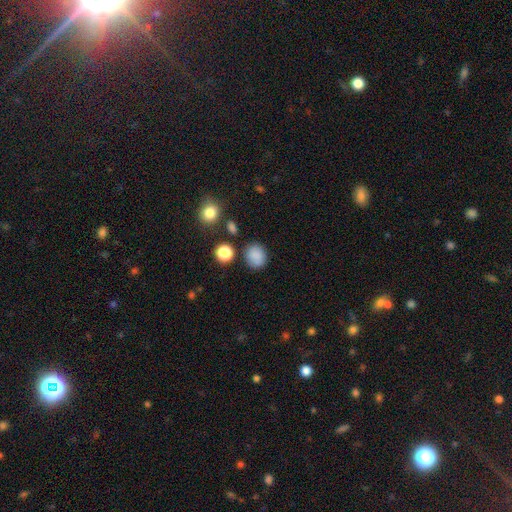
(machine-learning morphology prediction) Smooth or featured? Predicted: smooth (p=0.84). How rounded? Predicted: round (p=0.65). Merging? Predicted: none (p=0.78).